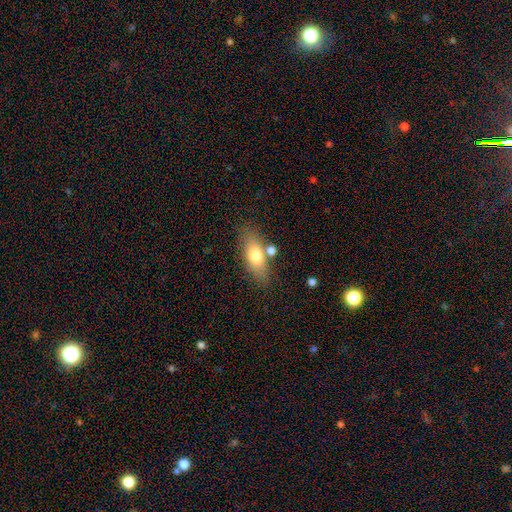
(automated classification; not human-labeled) Smooth or featured? smooth (70%)
How rounded? in between (73%)
Merging? none (71%)